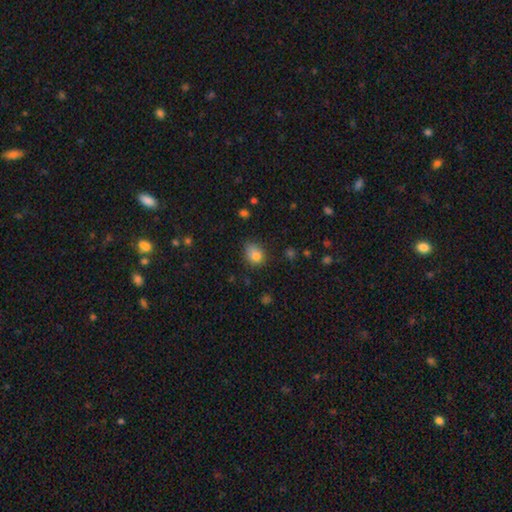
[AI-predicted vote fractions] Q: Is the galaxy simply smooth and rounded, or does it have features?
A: smooth — 81%.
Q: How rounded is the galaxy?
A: in between — 51%.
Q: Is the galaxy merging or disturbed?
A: none — 64%.